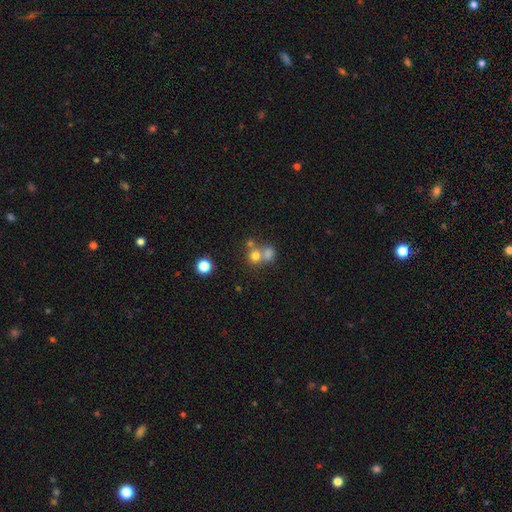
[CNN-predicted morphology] This is likely a smooth galaxy (72%). How rounded: clearly round (81%). Merging: possibly merger (49%).